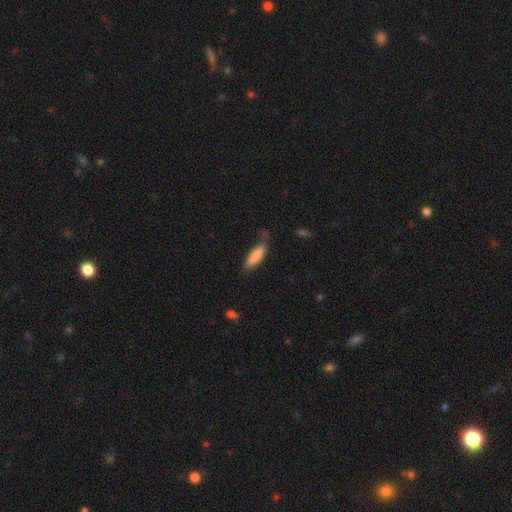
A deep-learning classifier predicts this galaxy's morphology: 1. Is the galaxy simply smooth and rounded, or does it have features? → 85% smooth, 9% featured or disk, 6% star or artifact.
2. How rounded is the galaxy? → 52% in between, 47% cigar-shaped, 2% round.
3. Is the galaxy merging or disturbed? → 62% none, 26% minor disturbance, 8% major disturbance, 4% merger.